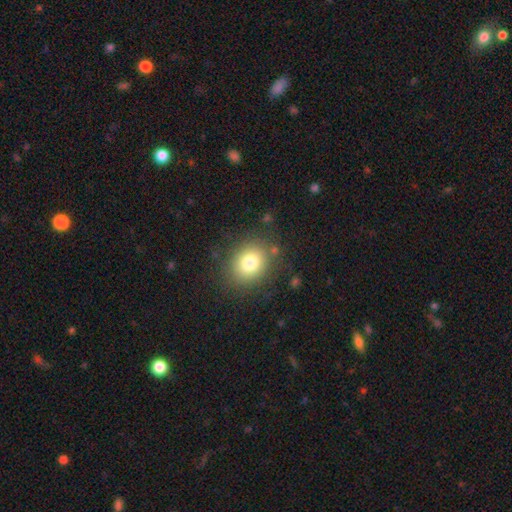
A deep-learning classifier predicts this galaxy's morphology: Smooth or featured? Predicted: smooth (p=0.79). How rounded? Predicted: round (p=0.63). Merging? Predicted: none (p=0.86).